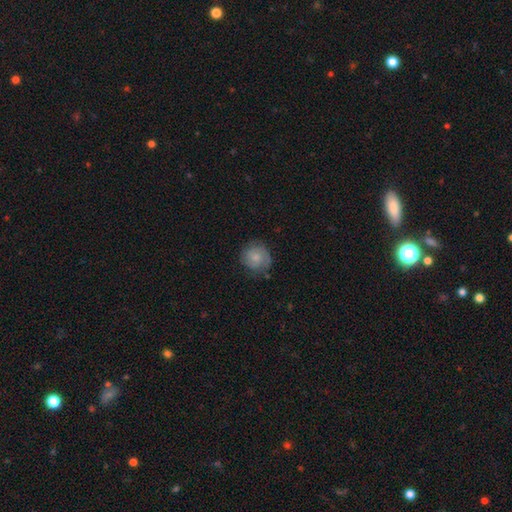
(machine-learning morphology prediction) smooth-or-featured: smooth: 66% | featured or disk: 27% | star or artifact: 7%
  how-rounded: round: 87% | in between: 12% | cigar-shaped: 1%
  merging: none: 72% | minor disturbance: 21% | major disturbance: 6% | merger: 2%